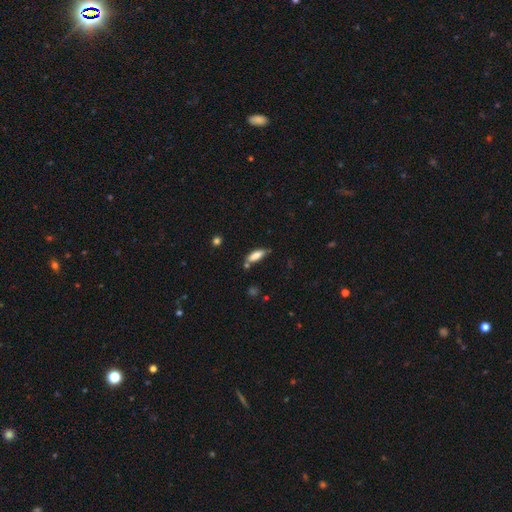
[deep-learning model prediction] smooth_or_featured: smooth (p=0.80) [alt: featured or disk p=0.12]
how_rounded: in between (p=0.61) [alt: cigar-shaped p=0.37]
merging: none (p=0.65) [alt: minor disturbance p=0.21]